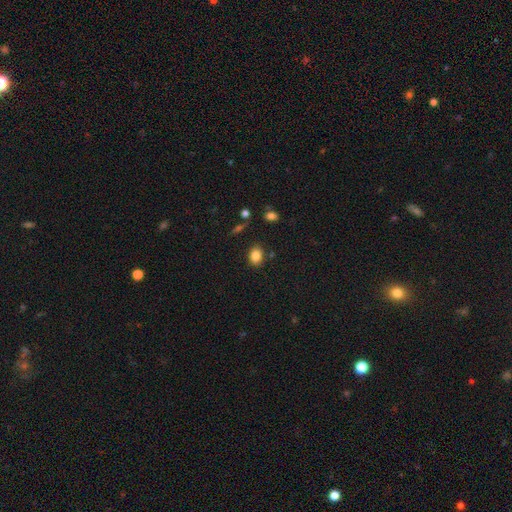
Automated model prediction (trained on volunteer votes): smooth-or-featured: smooth: 84% | star or artifact: 10% | featured or disk: 6%
  how-rounded: in between: 61% | round: 38% | cigar-shaped: 1%
  merging: none: 84% | minor disturbance: 10% | merger: 3% | major disturbance: 3%